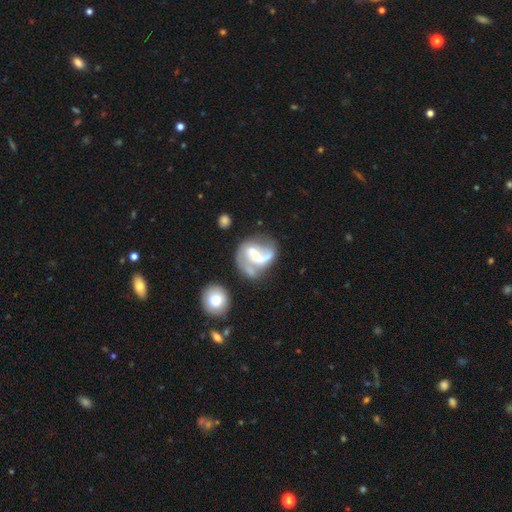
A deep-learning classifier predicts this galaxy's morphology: type=featured or disk (71%); edge-on=no (97%); bar=weak (37%); spiral arms=yes (75%); winding=loose (56%); arm count=2 (57%); bulge=small (37%); merging=none (33%).